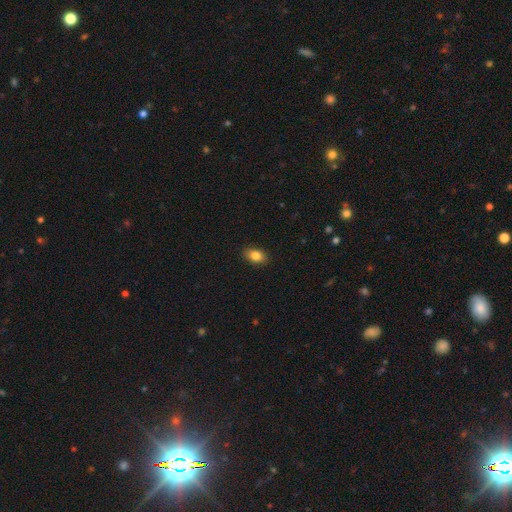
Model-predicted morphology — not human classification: Smooth or featured? smooth (85%)
How rounded? in between (85%)
Merging? none (89%)